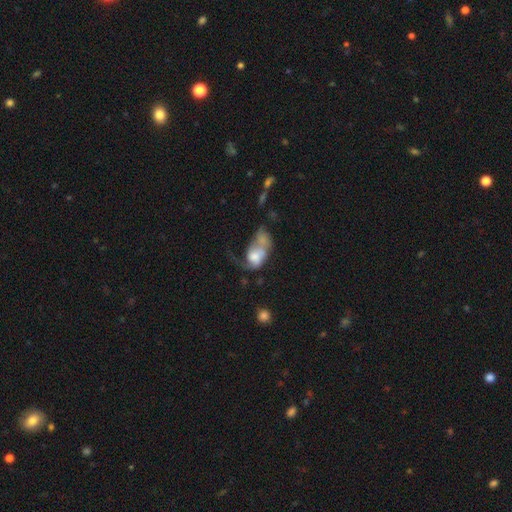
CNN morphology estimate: smooth-or-featured: smooth: 50% | featured or disk: 41% | star or artifact: 9%
  how-rounded: in between: 74% | round: 24% | cigar-shaped: 2%
  merging: merger: 47% | major disturbance: 32% | none: 12% | minor disturbance: 10%